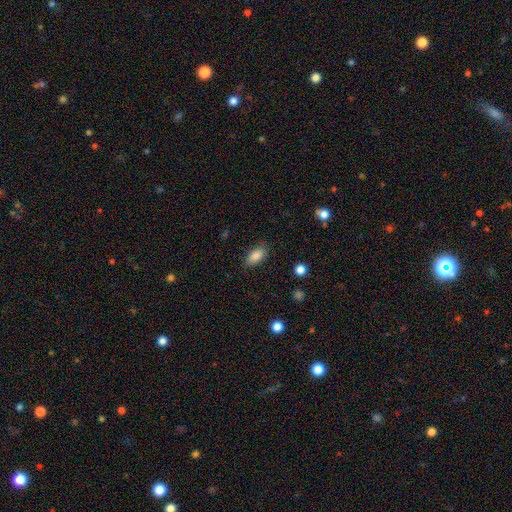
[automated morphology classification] A smooth galaxy with no disk features (86%) that is in between round and cigar-shaped (90%).

Vote fractions:
- Smooth or featured? smooth: 86% / star or artifact: 8% / featured or disk: 5%
- How rounded? in between: 90% / cigar-shaped: 6% / round: 4%
- Merging? none: 84% / minor disturbance: 12% / major disturbance: 3% / merger: 1%